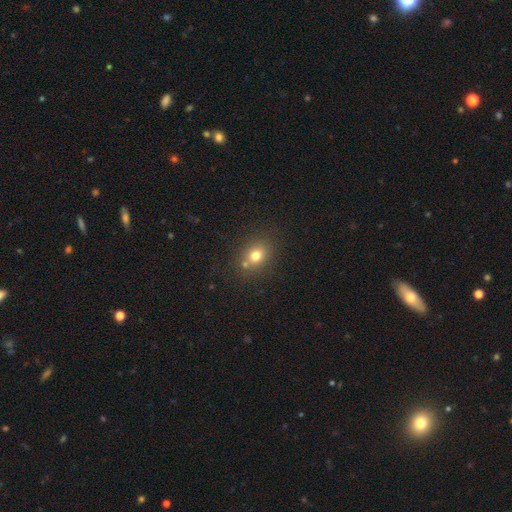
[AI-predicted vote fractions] smooth 74%, star or artifact 15%, featured or disk 11%. Down the decision tree: how rounded — round (56%); merging — none (70%).